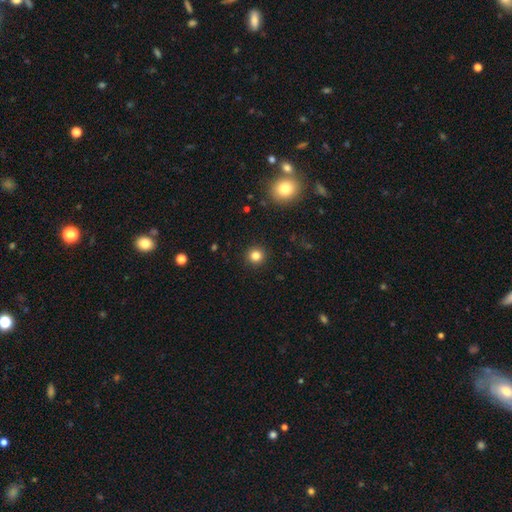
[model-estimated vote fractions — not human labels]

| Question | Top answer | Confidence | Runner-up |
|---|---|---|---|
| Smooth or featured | smooth | 82% | star or artifact (13%) |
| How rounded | round | 95% | in between (4%) |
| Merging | none | 93% | minor disturbance (5%) |